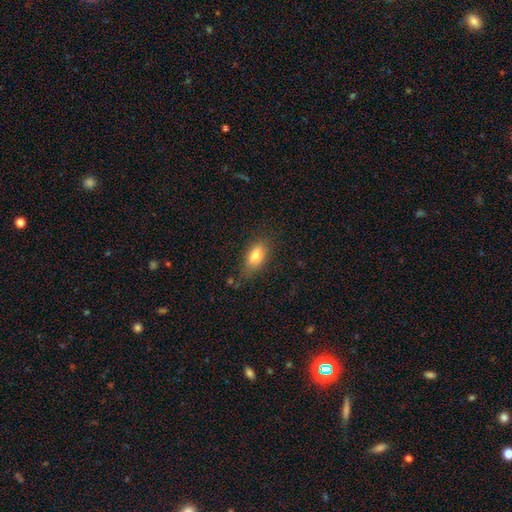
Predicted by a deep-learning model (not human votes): Smooth or featured: smooth — 78% (featured or disk — 14%)
How rounded: in between — 84% (cigar-shaped — 9%)
Merging: none — 74% (minor disturbance — 19%)